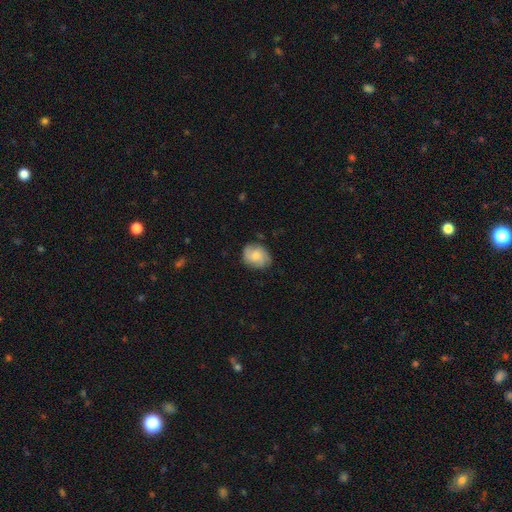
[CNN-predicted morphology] type=smooth (58%); roundness=round (59%); merging=none (77%).